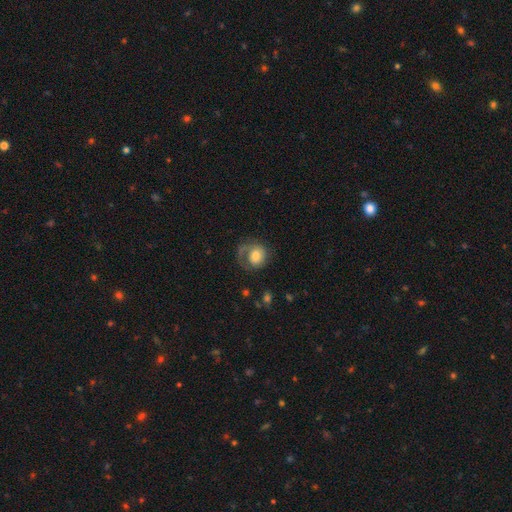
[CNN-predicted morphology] A featured or disk galaxy (49%).

Vote fractions:
- Smooth or featured? featured or disk: 49% / smooth: 44% / star or artifact: 8%
- Merging? none: 50% / major disturbance: 28% / minor disturbance: 20% / merger: 2%